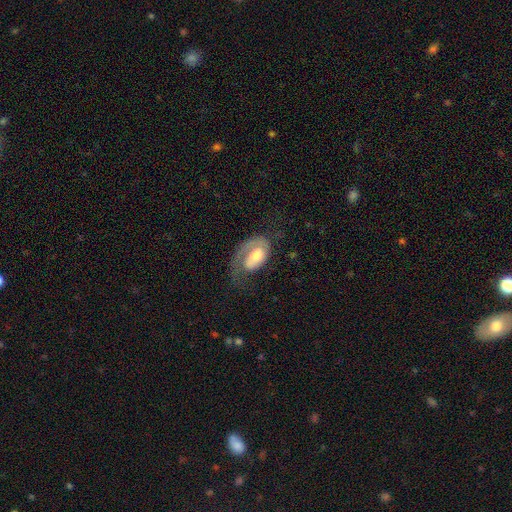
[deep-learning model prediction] Smooth or featured? Predicted: featured or disk (p=0.61). Edge-on disk? Predicted: no (p=0.95). Bar? Predicted: no (p=0.67). Spiral arms? Predicted: yes (p=0.82). Bulge size? Predicted: moderate (p=0.62). Merging? Predicted: major disturbance (p=0.38).